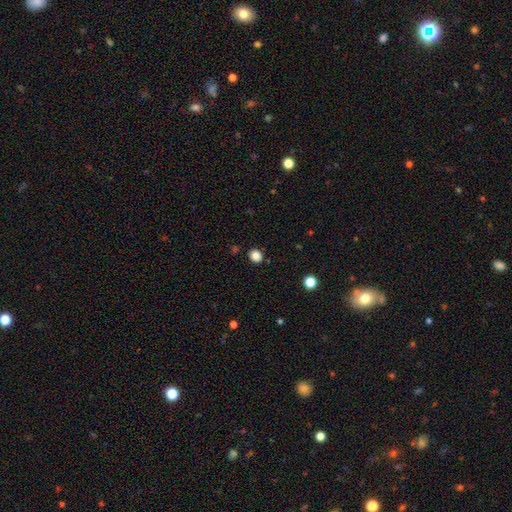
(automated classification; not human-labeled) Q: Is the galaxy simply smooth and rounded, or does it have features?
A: smooth — 85%.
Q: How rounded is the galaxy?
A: round — 73%.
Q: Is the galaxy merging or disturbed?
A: none — 88%.